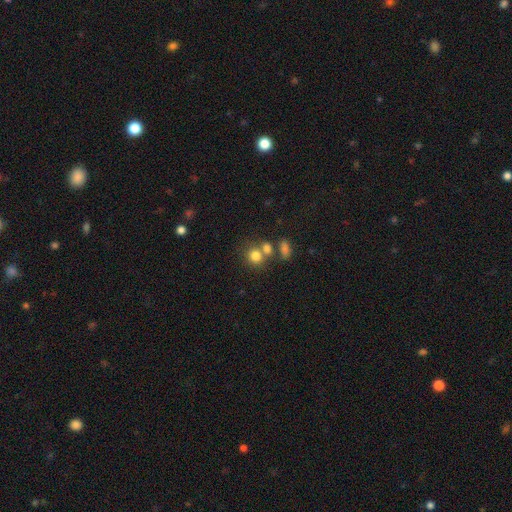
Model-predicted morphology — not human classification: Overall: smooth (79%). How rounded: round (79%). Merging: none (52%; merger 33%).